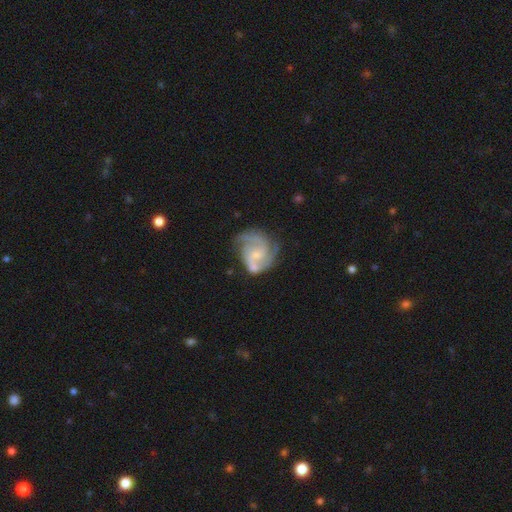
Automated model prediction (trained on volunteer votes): This appears to be a featured or disk galaxy (86%) with no bar (55%), 2 (55%) medium (50%) spiral arms (96%) and a small central bulge (62%). Merging: none (57%).